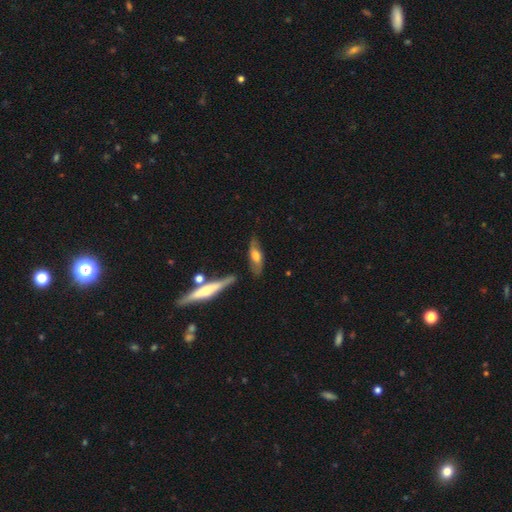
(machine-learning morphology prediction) Smooth or featured? featured or disk (55%)
Edge-on disk? no (56%)
Merging? none (66%)